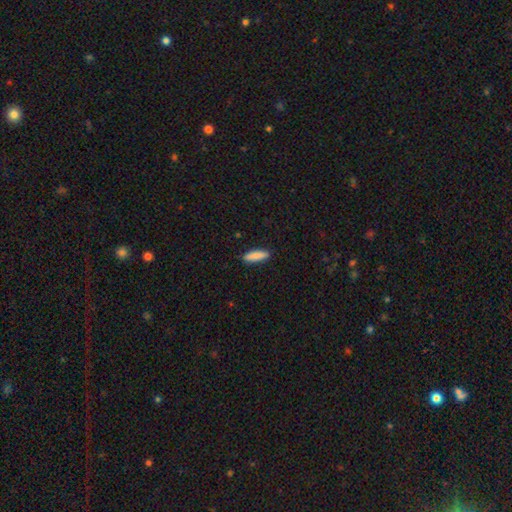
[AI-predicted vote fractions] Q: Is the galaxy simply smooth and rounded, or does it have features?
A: smooth — 88%.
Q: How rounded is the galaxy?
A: cigar-shaped — 64%.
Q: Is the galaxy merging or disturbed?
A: none — 89%.